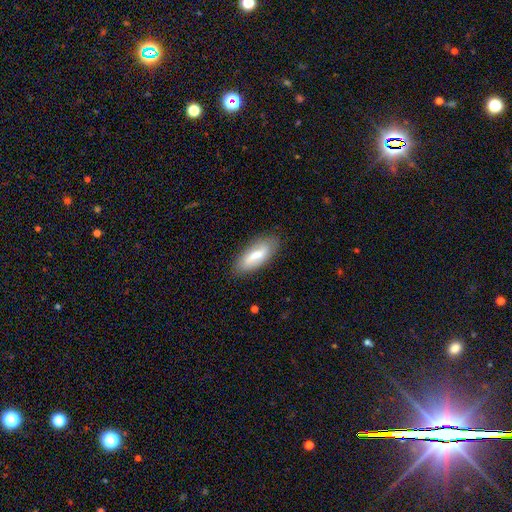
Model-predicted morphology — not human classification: A smooth galaxy with no disk features (65%) that is in between round and cigar-shaped (77%). Merging: none (80%).